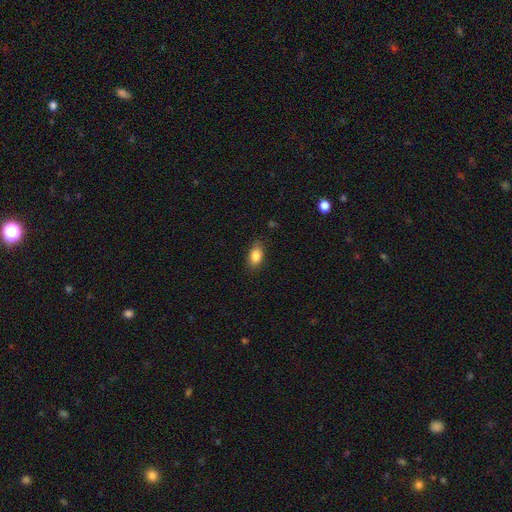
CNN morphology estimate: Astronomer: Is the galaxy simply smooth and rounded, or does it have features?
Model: smooth — 85%.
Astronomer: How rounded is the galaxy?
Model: in between — 87%.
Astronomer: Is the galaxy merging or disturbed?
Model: none — 81%.